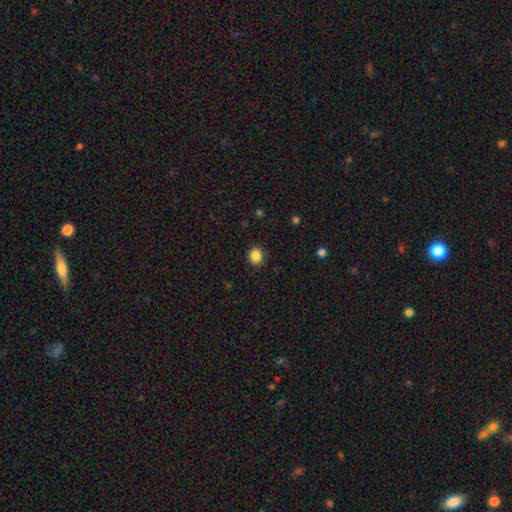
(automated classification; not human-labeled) The model was most divided on "how rounded": round: 66%, in between: 33%, cigar-shaped: 1%. More confident: merging — none (90%); smooth or featured — smooth (87%).